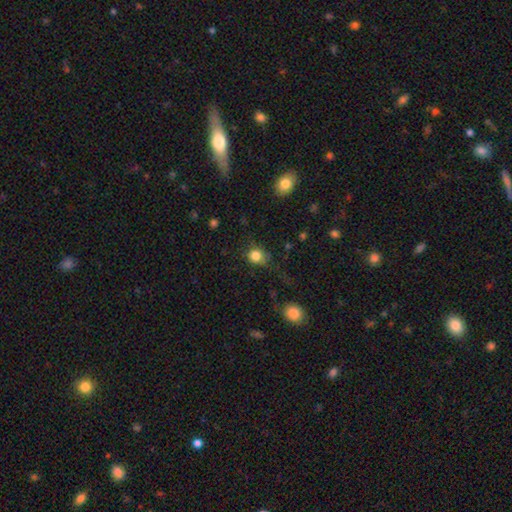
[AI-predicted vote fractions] A smooth galaxy with no disk features (83%) that is round (78%). Merging: none (67%).